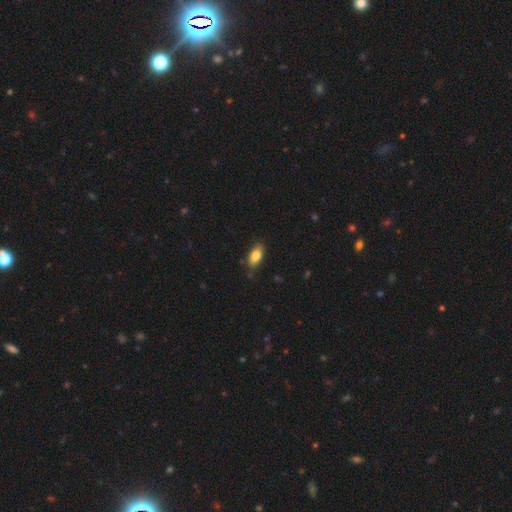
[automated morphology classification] The model was most divided on "smooth or featured": smooth: 81%, featured or disk: 12%, star or artifact: 7%. More confident: how rounded — in between (90%); merging — none (83%).